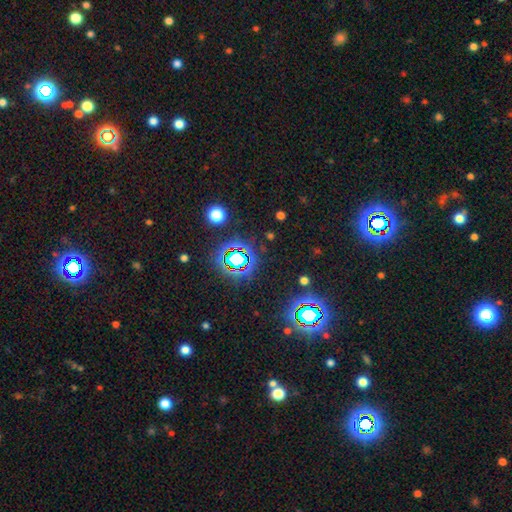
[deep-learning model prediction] Smooth or featured: star or artifact — 81% (smooth — 12%)